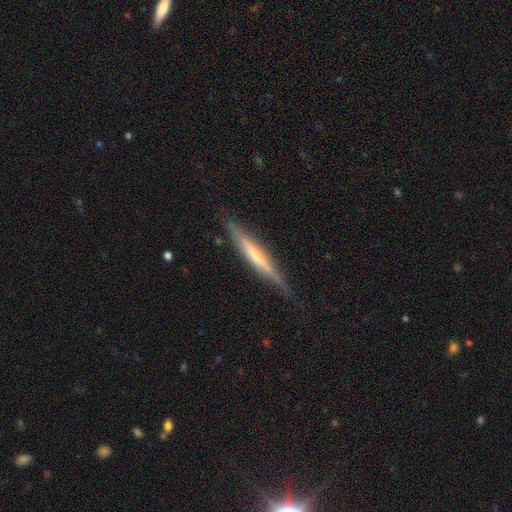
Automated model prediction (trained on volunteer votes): Smooth or featured: featured or disk — 62% (smooth — 32%)
Edge-on disk: yes — 95% (no — 5%)
Edge-on bulge: none — 48% (rounded — 38%)
Merging: none — 81% (minor disturbance — 15%)